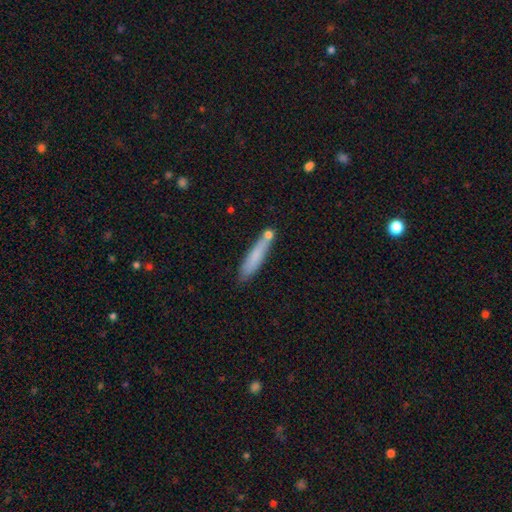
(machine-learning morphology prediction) The model was most divided on "merging": none: 71%, minor disturbance: 15%, merger: 11%, major disturbance: 3%. More confident: how rounded — cigar-shaped (87%); smooth or featured — smooth (75%).